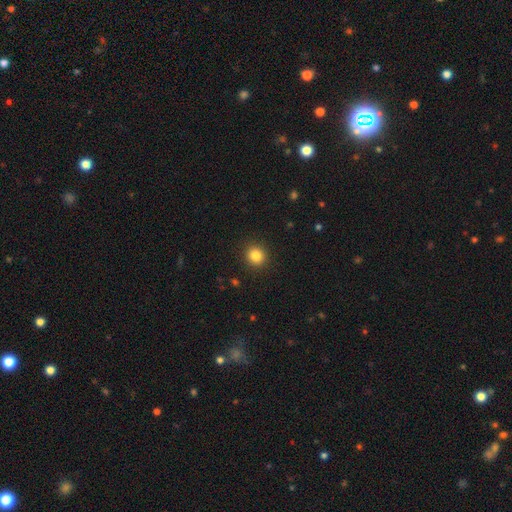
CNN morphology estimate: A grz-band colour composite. It shows a smooth galaxy with no disk features (84%) that is round (88%). Merging: none (91%).